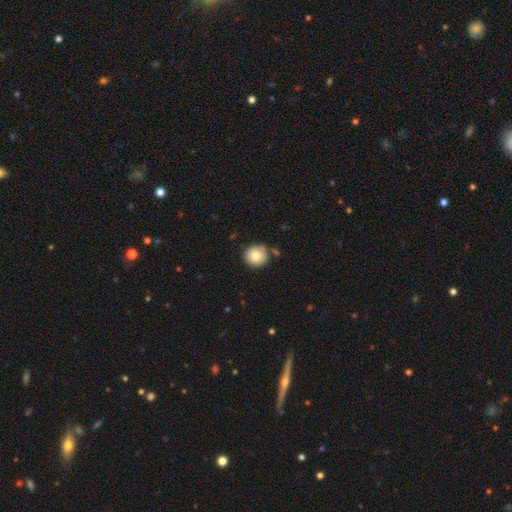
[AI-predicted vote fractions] The model was most divided on "merging": none: 77%, minor disturbance: 14%, merger: 6%, major disturbance: 3%. More confident: how rounded — round (92%); smooth or featured — smooth (83%).